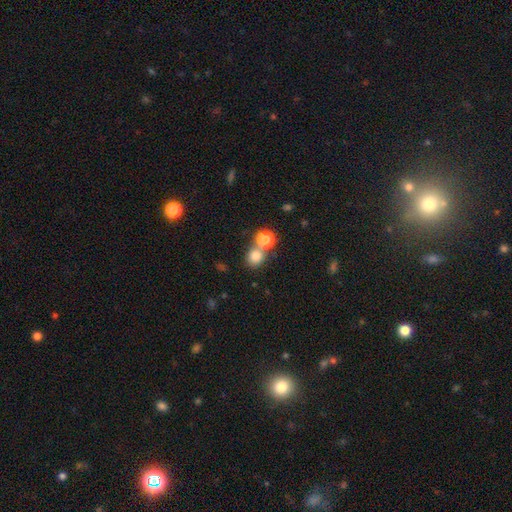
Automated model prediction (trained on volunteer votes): The model was most divided on "merging": none: 54%, merger: 34%, minor disturbance: 8%, major disturbance: 4%. More confident: how rounded — round (79%); smooth or featured — smooth (78%).